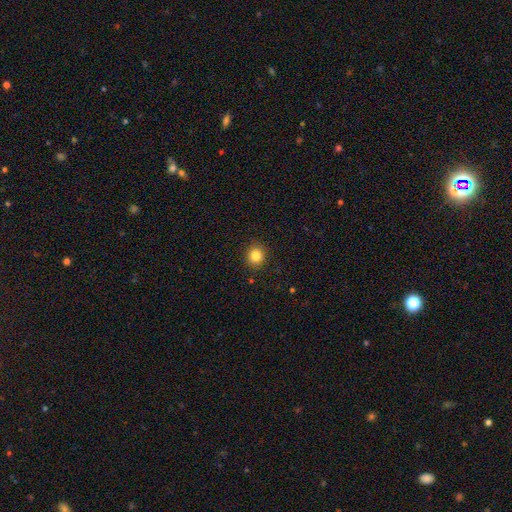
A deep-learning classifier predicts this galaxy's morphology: A smooth galaxy with no disk features (84%) that is round (87%).

Vote fractions:
- Smooth or featured? smooth: 84% / star or artifact: 11% / featured or disk: 5%
- How rounded? round: 87% / in between: 12% / cigar-shaped: 1%
- Merging? none: 90% / minor disturbance: 6% / major disturbance: 2% / merger: 1%